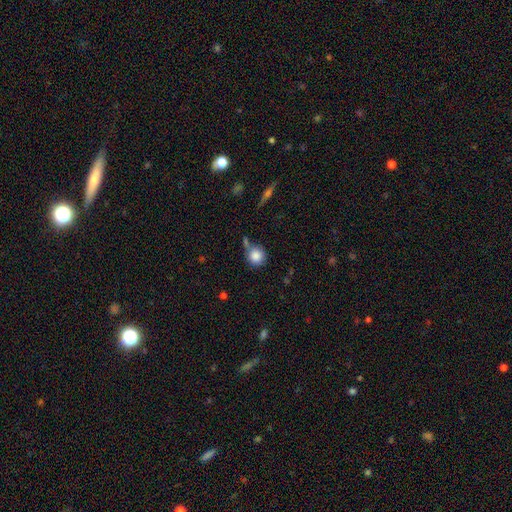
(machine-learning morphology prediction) Smooth or featured? Predicted: smooth (p=0.85). How rounded? Predicted: round (p=0.91). Merging? Predicted: none (p=0.62).